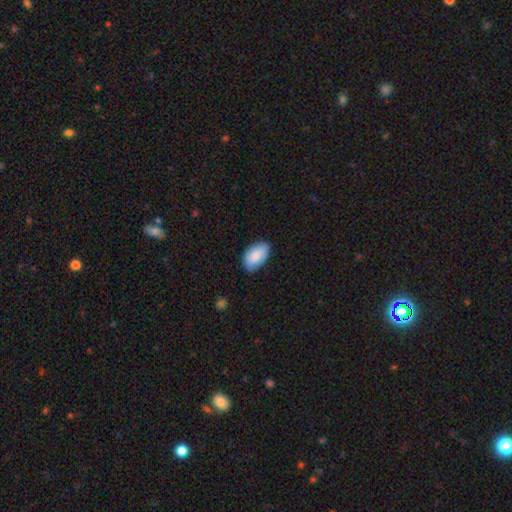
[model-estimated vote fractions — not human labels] This is clearly a smooth galaxy (80%). How rounded: clearly in between (94%). Merging: likely none (76%).